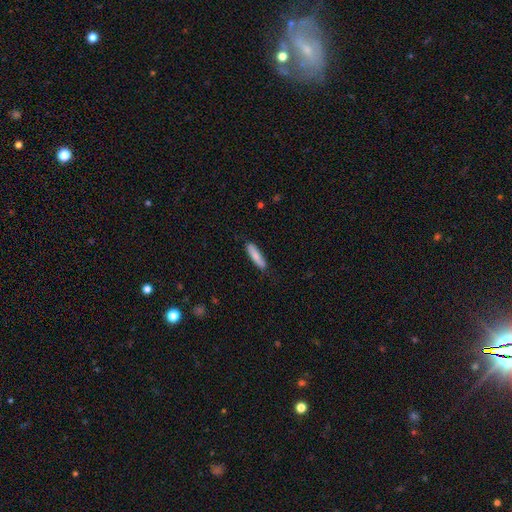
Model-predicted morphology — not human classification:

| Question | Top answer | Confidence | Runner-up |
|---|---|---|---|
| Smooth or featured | smooth | 80% | featured or disk (14%) |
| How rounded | cigar-shaped | 77% | in between (21%) |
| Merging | none | 85% | minor disturbance (12%) |